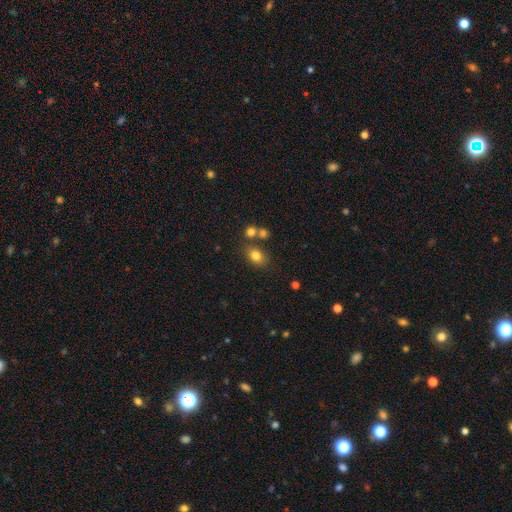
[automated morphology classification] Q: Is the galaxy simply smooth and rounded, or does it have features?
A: smooth — 80%.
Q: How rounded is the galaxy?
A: in between — 67%.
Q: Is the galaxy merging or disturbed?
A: none — 68%.